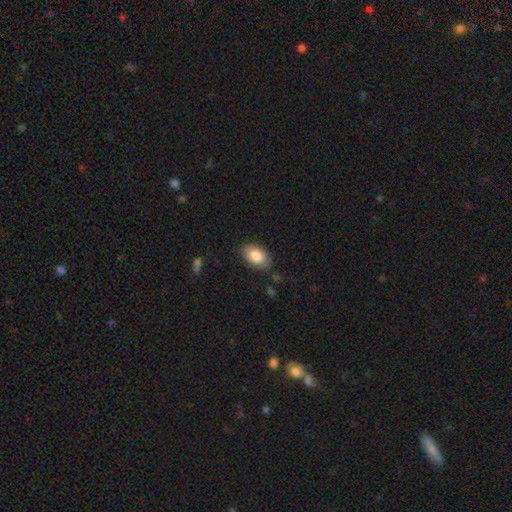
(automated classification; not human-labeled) This is clearly a smooth galaxy (85%). How rounded: clearly in between (91%). Merging: clearly none (83%).